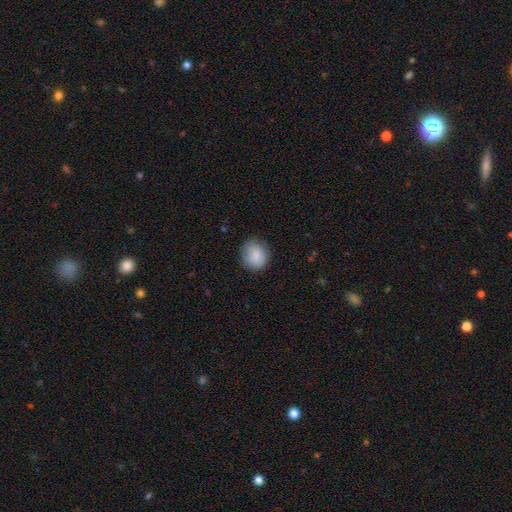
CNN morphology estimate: Q: Smooth or featured?
A: smooth (86%); runner-up: star or artifact (7%)
Q: How rounded?
A: round (76%); runner-up: in between (23%)
Q: Merging?
A: none (82%); runner-up: minor disturbance (14%)